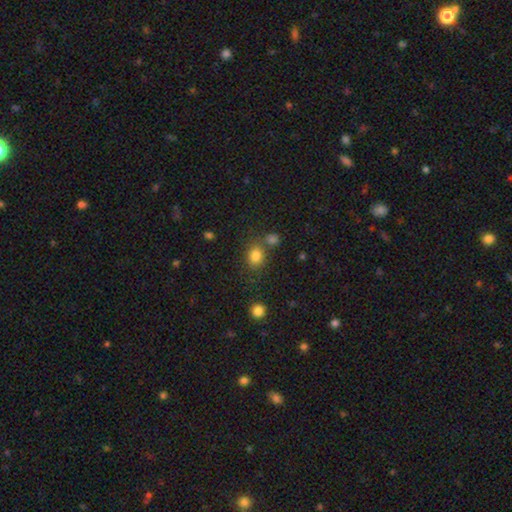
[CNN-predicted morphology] smooth 82%, star or artifact 12%, featured or disk 6%. Down the decision tree: how rounded — round (55%); merging — none (68%).